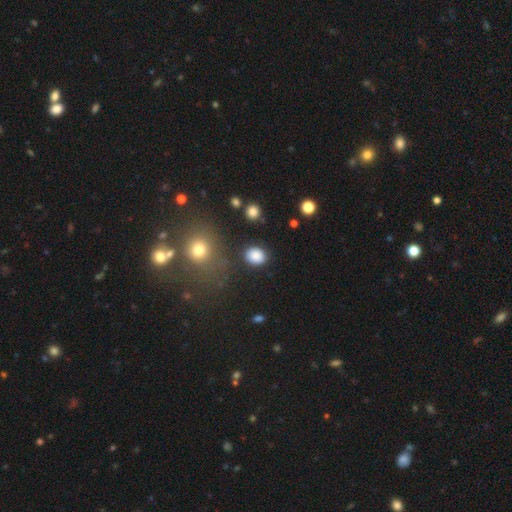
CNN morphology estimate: Smooth or featured? smooth (87%)
How rounded? round (55%)
Merging? none (84%)